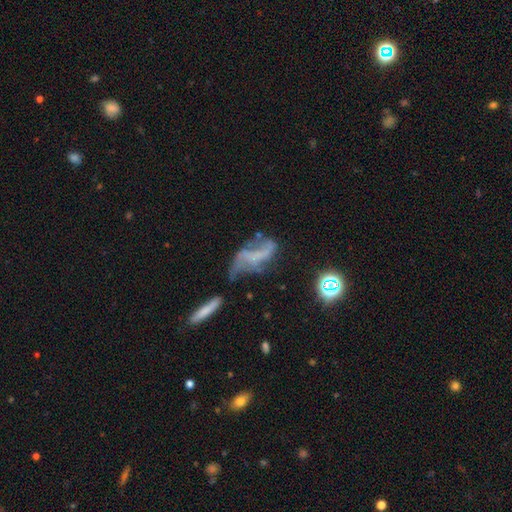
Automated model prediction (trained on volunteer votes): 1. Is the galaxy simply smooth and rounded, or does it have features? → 60% featured or disk, 24% smooth, 16% star or artifact.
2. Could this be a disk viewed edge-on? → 92% no, 8% yes.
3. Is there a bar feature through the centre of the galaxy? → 60% no, 25% weak, 15% strong.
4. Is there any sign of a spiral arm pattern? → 60% yes, 40% no.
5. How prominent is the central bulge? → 74% none, 15% small, 6% moderate, 3% large, 2% dominant.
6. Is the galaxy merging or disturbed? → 33% none, 31% major disturbance, 21% minor disturbance, 15% merger.